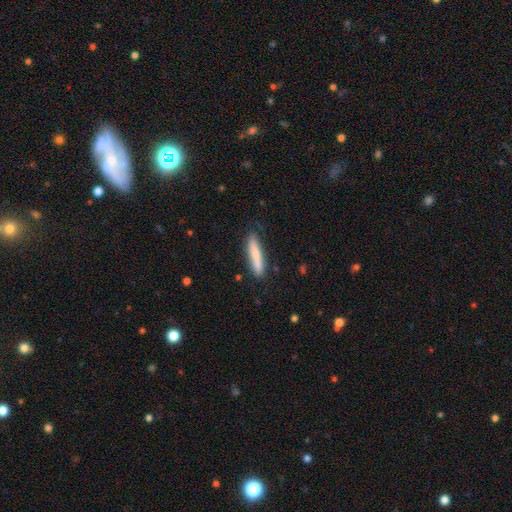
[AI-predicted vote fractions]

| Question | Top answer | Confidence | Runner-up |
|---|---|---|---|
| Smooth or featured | smooth | 77% | featured or disk (17%) |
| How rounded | cigar-shaped | 87% | in between (11%) |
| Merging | none | 81% | minor disturbance (14%) |